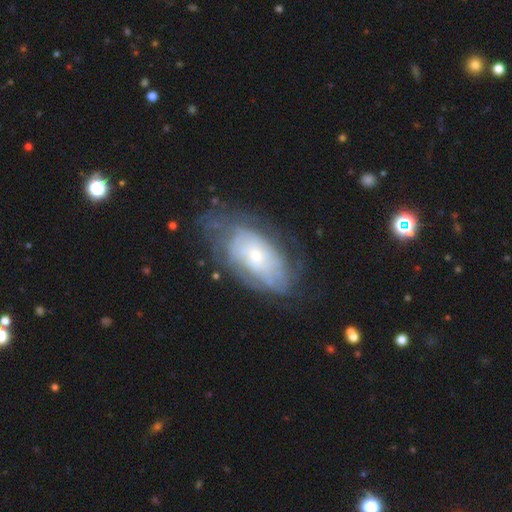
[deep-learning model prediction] Overall: featured or disk (66%; smooth 26%). Edge-on disk: no (93%). Bar: no (80%). Spiral arms: yes (71%). Bulge size: small (62%; moderate 31%). Merging: none (60%; minor disturbance 24%).